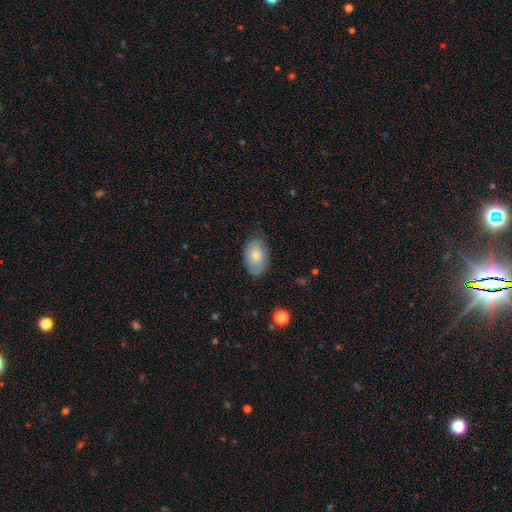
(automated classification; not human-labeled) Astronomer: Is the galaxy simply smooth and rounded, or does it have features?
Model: smooth — 74%.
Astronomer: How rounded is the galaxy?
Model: in between — 91%.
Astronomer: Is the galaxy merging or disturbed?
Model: none — 73%.